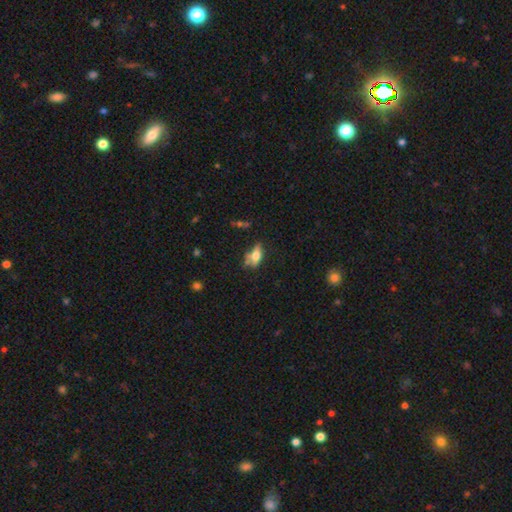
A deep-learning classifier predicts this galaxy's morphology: The model was most divided on "merging": none: 41%, minor disturbance: 25%, merger: 18%, major disturbance: 16%. More confident: how rounded — in between (77%); smooth or featured — smooth (56%).